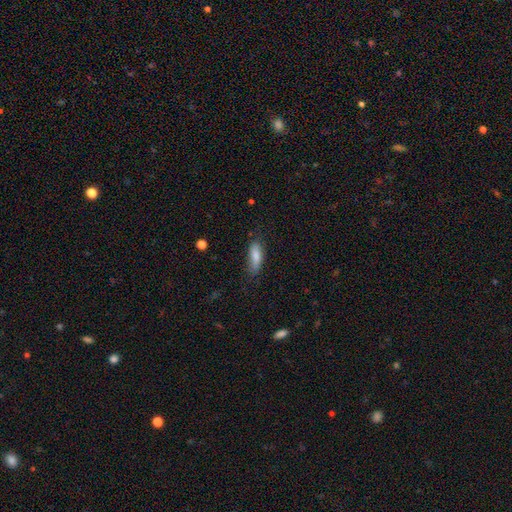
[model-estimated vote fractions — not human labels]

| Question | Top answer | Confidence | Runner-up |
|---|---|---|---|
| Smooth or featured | smooth | 83% | featured or disk (10%) |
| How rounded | in between | 61% | cigar-shaped (37%) |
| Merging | none | 70% | minor disturbance (23%) |